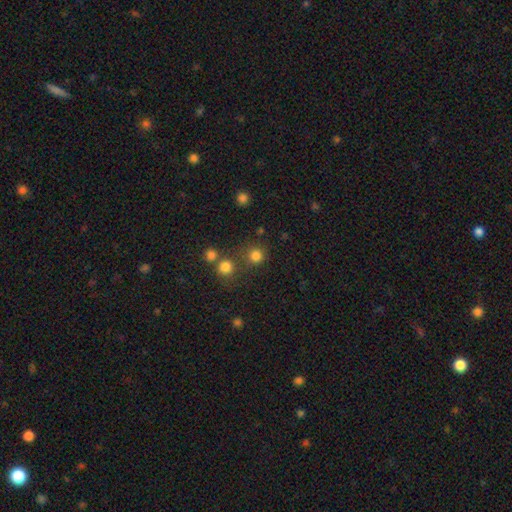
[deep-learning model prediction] A smooth galaxy with no disk features (80%) that is round (92%). Merging: none (72%).